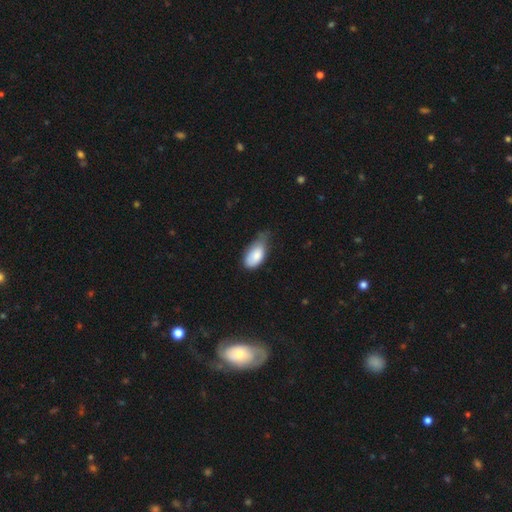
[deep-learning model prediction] Overall: smooth (82%). How rounded: in between (93%). Merging: minor disturbance (53%; none 28%).